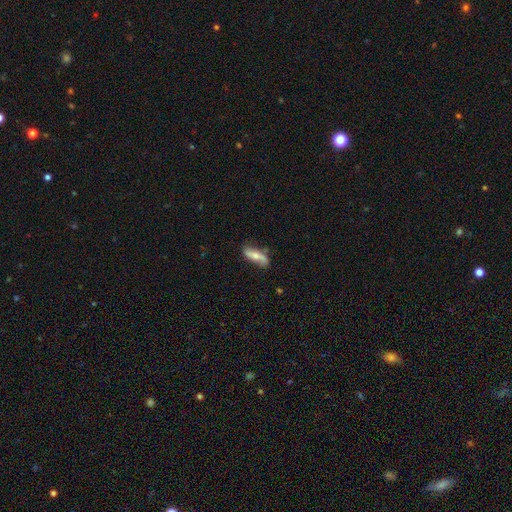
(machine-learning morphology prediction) This is possibly a featured or disk galaxy (47%). Merging: likely none (71%).